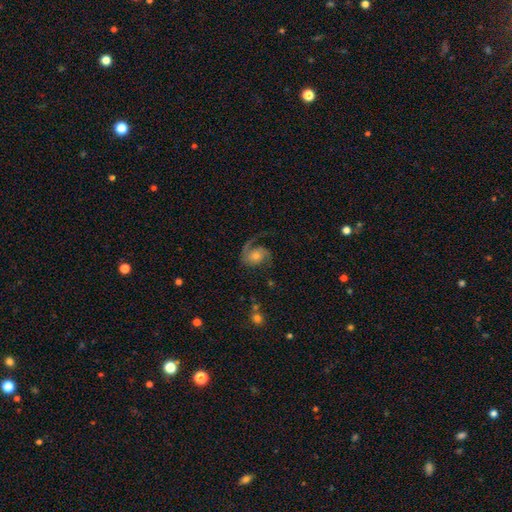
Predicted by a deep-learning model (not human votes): Overall: featured or disk (84%). Edge-on disk: no (98%). Bar: no (65%; weak 29%). Spiral arms: yes (97%). Spiral arm count: 2 (64%; 1 26%). Spiral winding: medium (50%; tight 26%). Bulge size: moderate (49%; small 32%). Merging: none (65%).